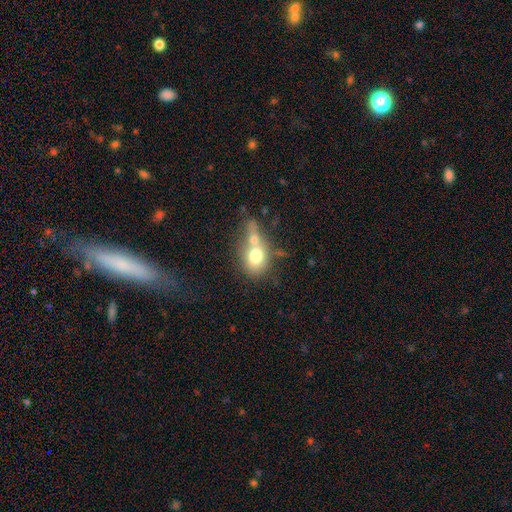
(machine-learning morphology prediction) This appears to be a smooth galaxy with no disk features (70%) that is in between round and cigar-shaped (57%). Merging: merger (58%).